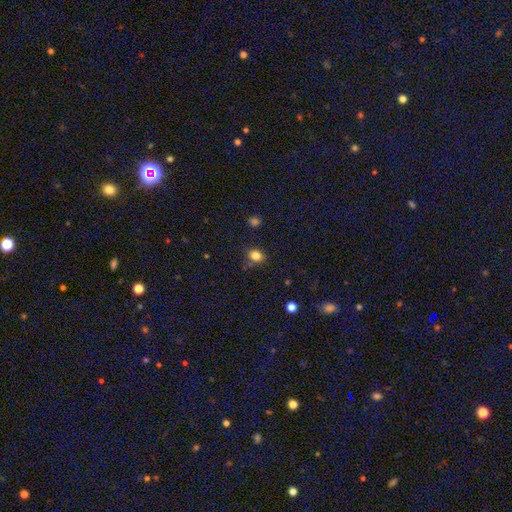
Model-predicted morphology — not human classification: This is clearly a smooth galaxy (80%). How rounded: likely round (61%). Merging: likely none (77%).